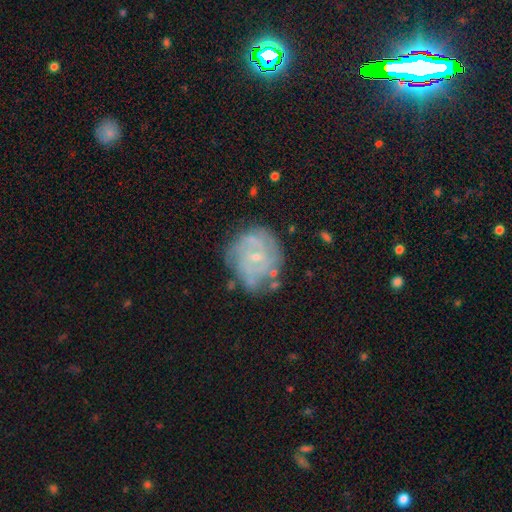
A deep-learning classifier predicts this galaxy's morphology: type=featured or disk (73%); edge-on=no (97%); bar=no (67%); spiral arms=yes (86%); winding=tight (63%); arm count=can't tell (42%); bulge=small (76%); merging=none (68%).